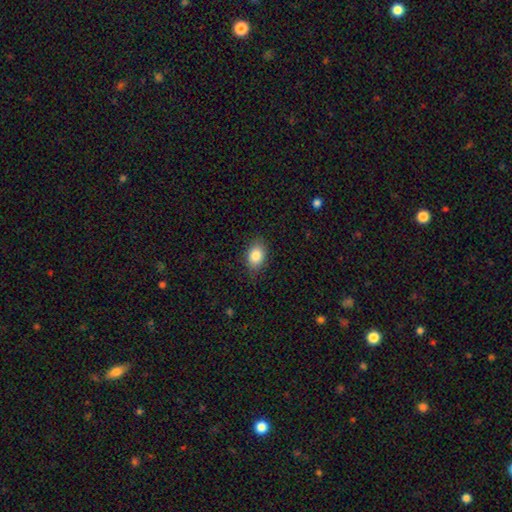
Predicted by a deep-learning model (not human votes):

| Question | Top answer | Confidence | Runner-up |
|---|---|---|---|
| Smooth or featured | smooth | 84% | star or artifact (8%) |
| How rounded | in between | 78% | round (20%) |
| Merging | none | 83% | minor disturbance (13%) |